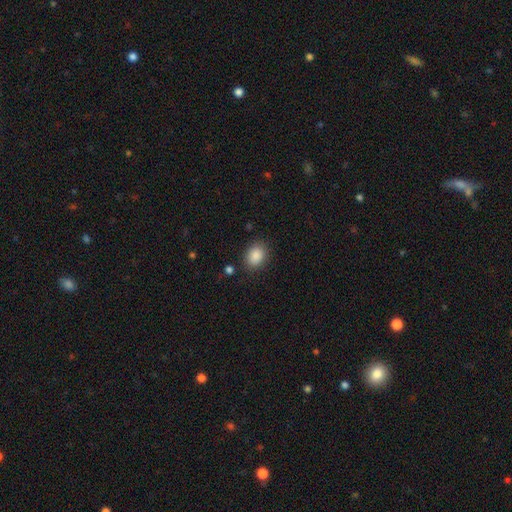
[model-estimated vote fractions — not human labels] Smooth or featured: smooth — 88% (star or artifact — 8%)
How rounded: in between — 59% (round — 40%)
Merging: none — 84% (minor disturbance — 11%)